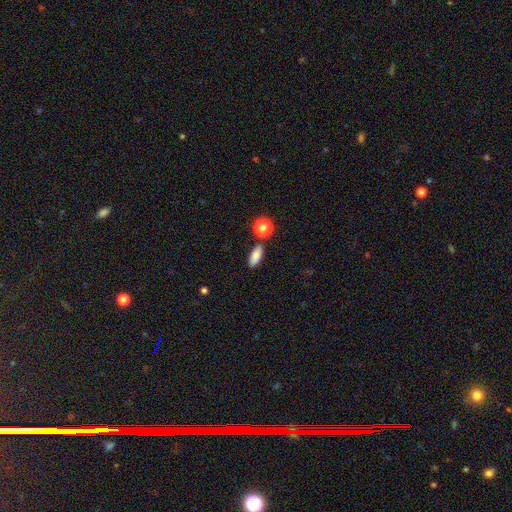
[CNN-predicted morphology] smooth_or_featured: smooth (p=0.84) [alt: star or artifact p=0.09]
how_rounded: in between (p=0.73) [alt: cigar-shaped p=0.20]
merging: none (p=0.81) [alt: minor disturbance p=0.10]